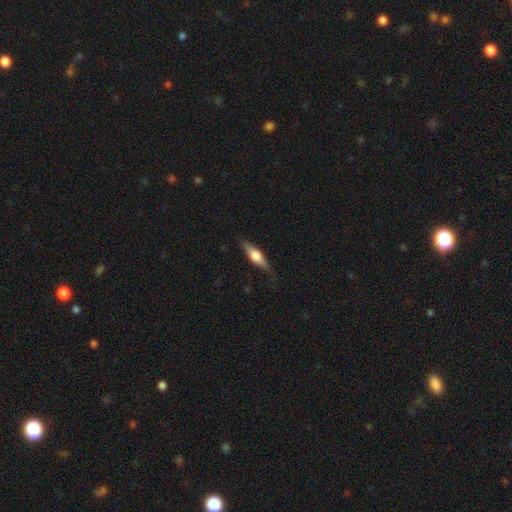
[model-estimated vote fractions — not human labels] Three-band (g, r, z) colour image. It shows a featured or disk galaxy (51%) viewed edge-on (93%). Merging: none (78%).